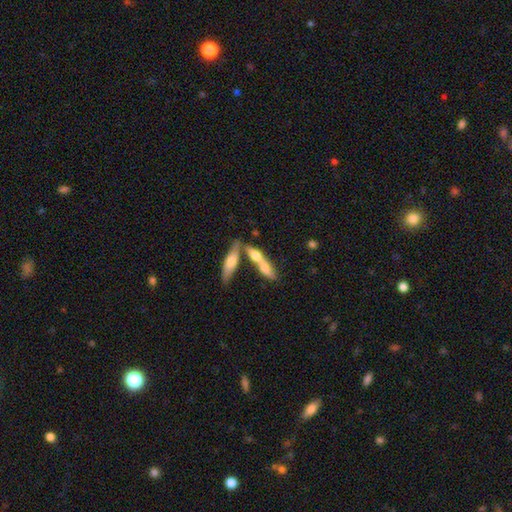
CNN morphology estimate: Smooth or featured? smooth (55%)
How rounded? cigar-shaped (57%)
Merging? merger (56%)